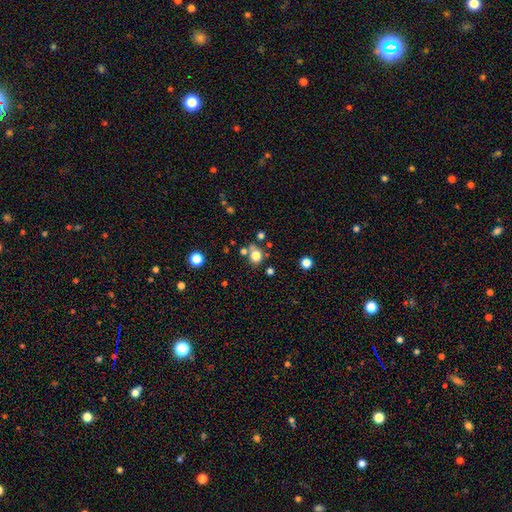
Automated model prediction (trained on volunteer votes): This is likely a smooth galaxy (77%). How rounded: likely round (68%). Merging: likely none (60%).